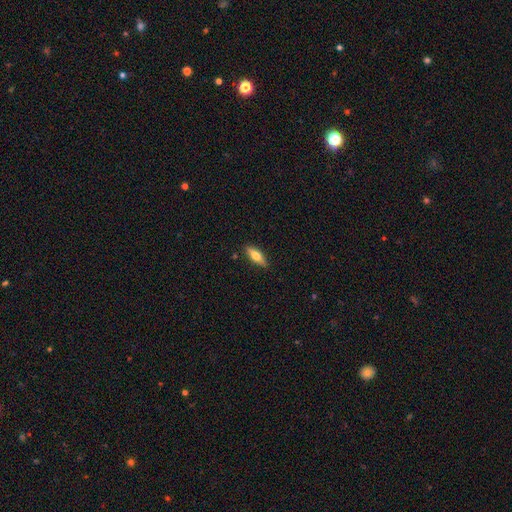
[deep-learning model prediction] Overall: smooth (61%; featured or disk 33%). How rounded: in between (61%; cigar-shaped 36%). Merging: none (87%).